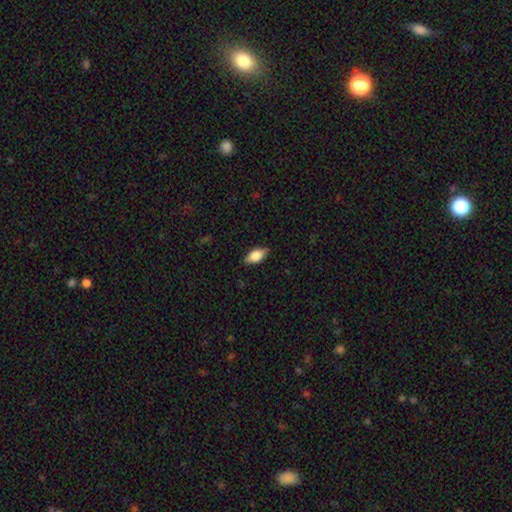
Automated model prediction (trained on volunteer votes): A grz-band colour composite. It shows a smooth galaxy with no disk features (72%) that is in between round and cigar-shaped (86%). Merging: none (85%).